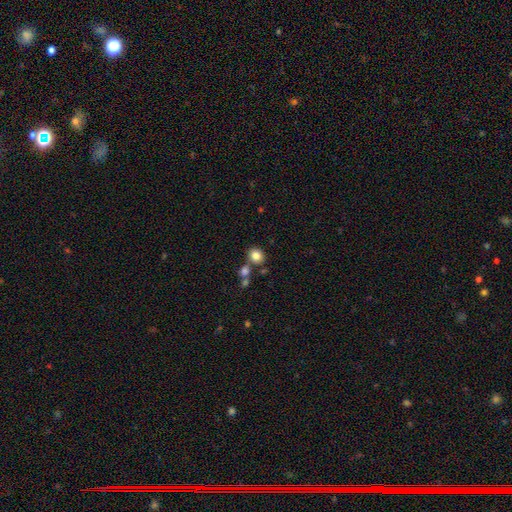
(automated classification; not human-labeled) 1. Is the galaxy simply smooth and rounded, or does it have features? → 83% smooth, 11% star or artifact, 6% featured or disk.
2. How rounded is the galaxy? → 72% round, 27% in between, 1% cigar-shaped.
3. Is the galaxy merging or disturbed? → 70% none, 17% merger, 10% minor disturbance, 4% major disturbance.